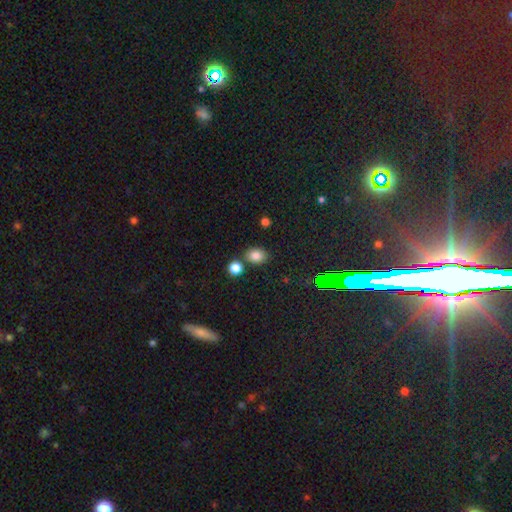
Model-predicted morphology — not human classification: A smooth galaxy with no disk features (82%) that is in between round and cigar-shaped (57%). Merging: none (74%).